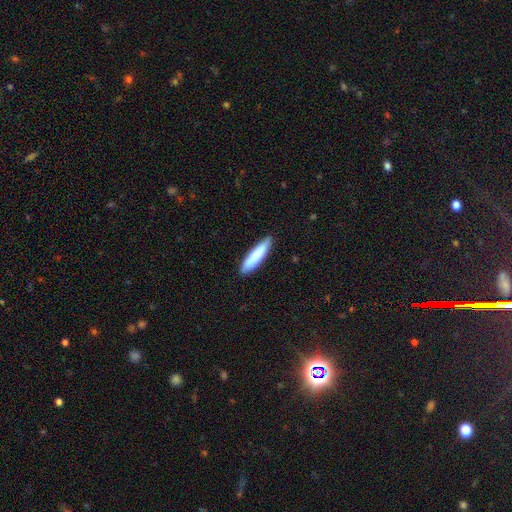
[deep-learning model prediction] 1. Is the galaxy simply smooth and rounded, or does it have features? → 85% smooth, 10% featured or disk, 5% star or artifact.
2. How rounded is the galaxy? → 79% cigar-shaped, 19% in between, 1% round.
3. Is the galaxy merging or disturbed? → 87% none, 10% minor disturbance, 2% major disturbance, 1% merger.